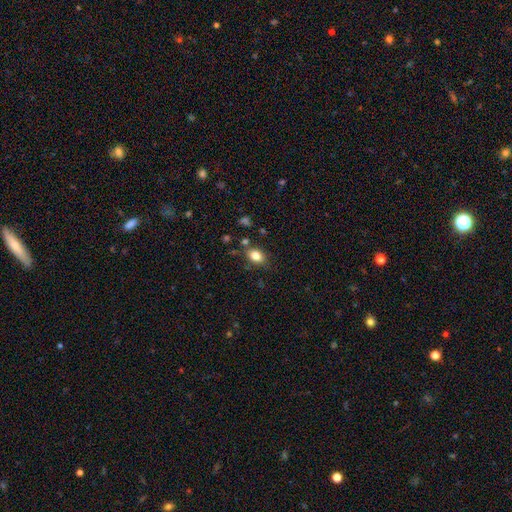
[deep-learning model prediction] Smooth or featured?
  - smooth: 82% *
  - star or artifact: 10%
  - featured or disk: 8%
How rounded?
  - in between: 70% *
  - round: 28%
  - cigar-shaped: 1%
Merging?
  - none: 76% *
  - minor disturbance: 15%
  - merger: 5%
  - major disturbance: 4%